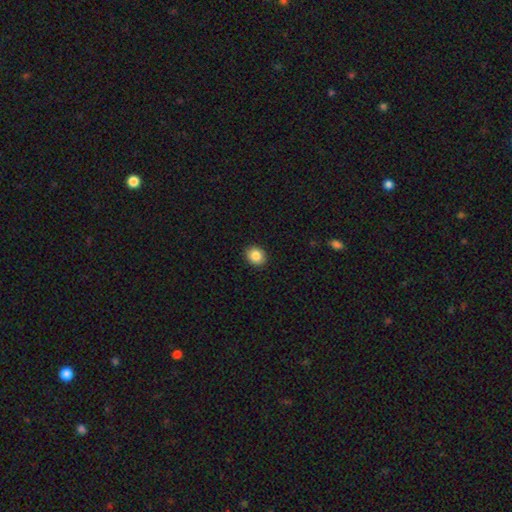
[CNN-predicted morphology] A smooth galaxy with no disk features (86%) that is round (68%).

Vote fractions:
- Smooth or featured? smooth: 86% / star or artifact: 9% / featured or disk: 5%
- How rounded? round: 68% / in between: 31% / cigar-shaped: 1%
- Merging? none: 92% / minor disturbance: 6% / major disturbance: 2% / merger: 1%